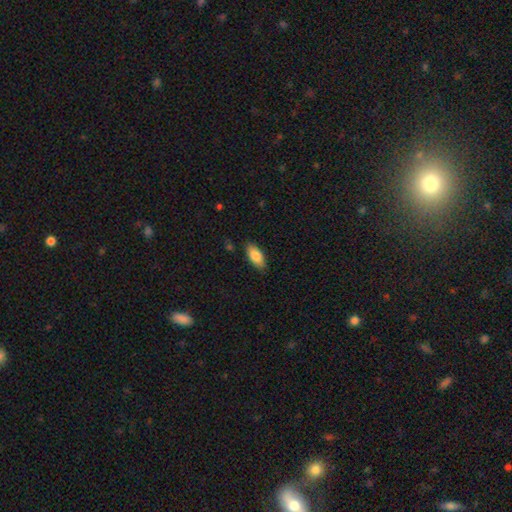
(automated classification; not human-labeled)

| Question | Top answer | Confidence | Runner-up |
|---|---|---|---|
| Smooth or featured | smooth | 82% | featured or disk (11%) |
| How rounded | in between | 87% | cigar-shaped (11%) |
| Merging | none | 85% | minor disturbance (12%) |